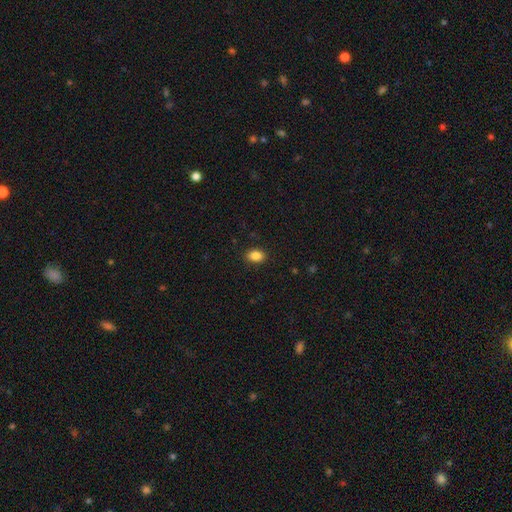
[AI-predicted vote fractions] This appears to be a smooth galaxy with no disk features (86%) that is in between round and cigar-shaped (81%). Merging: none (89%).